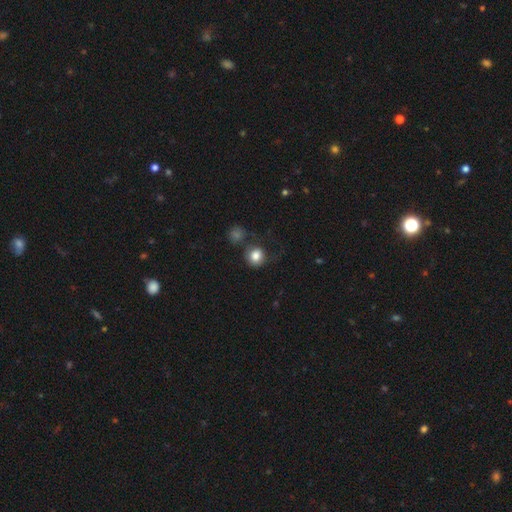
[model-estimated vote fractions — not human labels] A smooth galaxy with no disk features (83%) that is round (81%). Merging: none (62%).